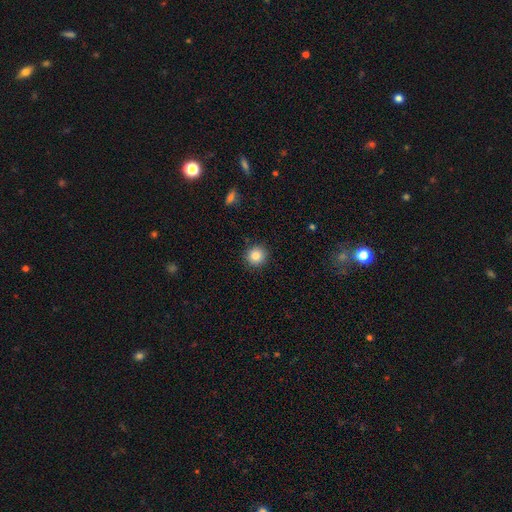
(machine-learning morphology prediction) type=smooth (84%); roundness=round (92%); merging=none (90%).